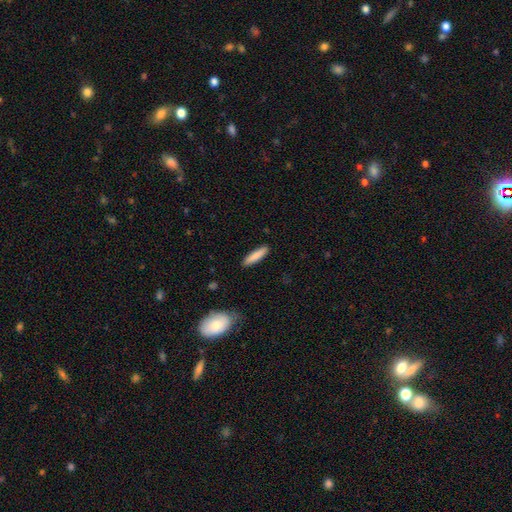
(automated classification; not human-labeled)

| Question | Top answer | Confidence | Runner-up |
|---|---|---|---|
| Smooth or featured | smooth | 85% | featured or disk (9%) |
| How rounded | cigar-shaped | 78% | in between (21%) |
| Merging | none | 89% | minor disturbance (8%) |